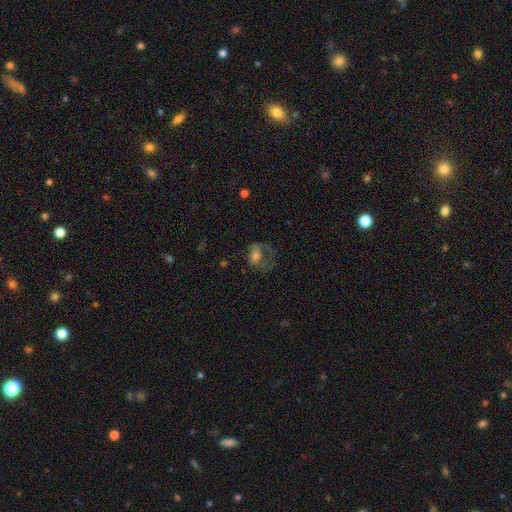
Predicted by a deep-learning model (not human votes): A smooth galaxy with no disk features (50%) that is in between round and cigar-shaped (61%). Merging: major disturbance (49%).